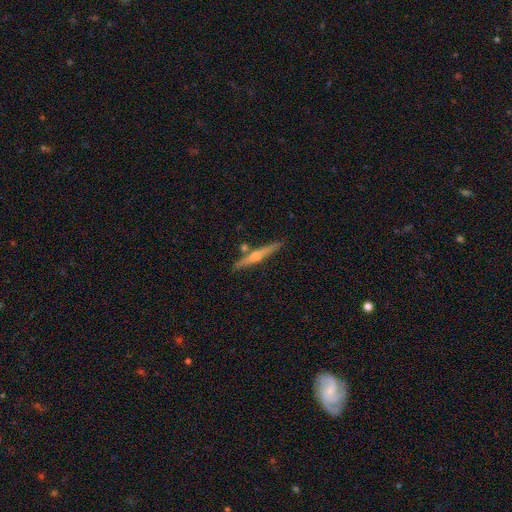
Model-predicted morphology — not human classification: The model was most divided on "smooth or featured": featured or disk: 65%, smooth: 29%, star or artifact: 6%. More confident: edge-on disk — yes (97%); merging — none (82%); edge-on bulge — rounded (81%).